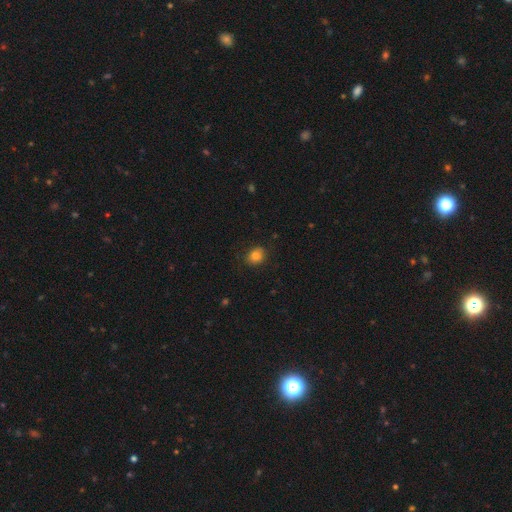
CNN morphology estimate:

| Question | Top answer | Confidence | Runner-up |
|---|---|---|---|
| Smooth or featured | smooth | 82% | star or artifact (11%) |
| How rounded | round | 60% | in between (39%) |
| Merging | none | 85% | minor disturbance (11%) |